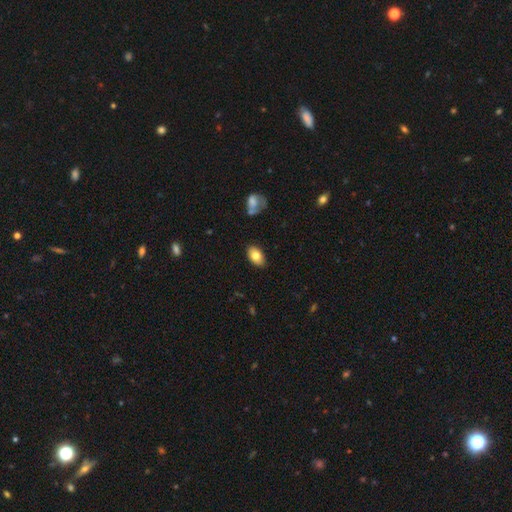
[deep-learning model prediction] This appears to be a smooth galaxy with no disk features (78%) that is in between round and cigar-shaped (91%). Merging: none (86%).